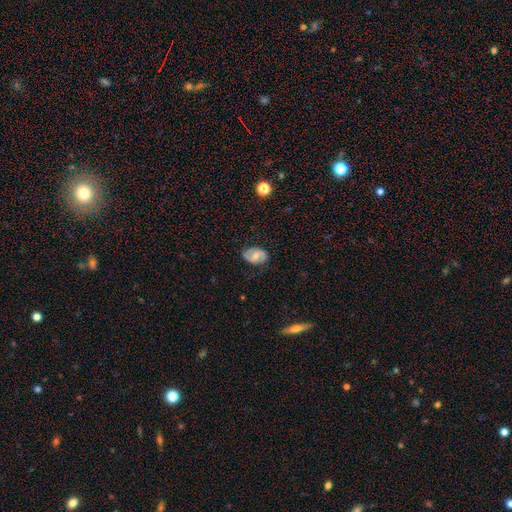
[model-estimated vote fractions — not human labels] A featured or disk galaxy (51%).

Vote fractions:
- Smooth or featured? featured or disk: 51% / smooth: 42% / star or artifact: 7%
- Edge-on disk? no: 95% / yes: 5%
- Merging? none: 76% / minor disturbance: 18% / major disturbance: 5% / merger: 1%